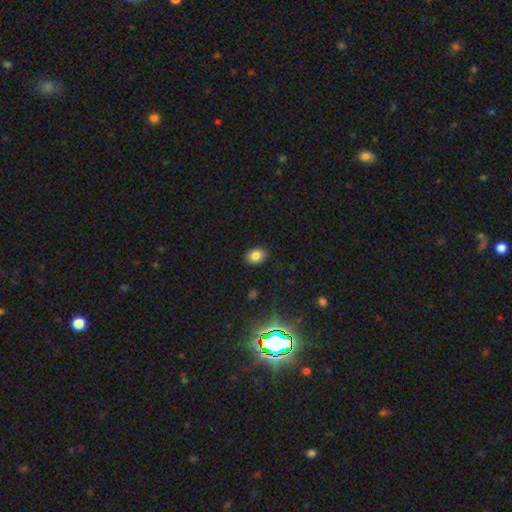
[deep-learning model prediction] smooth_or_featured: smooth (p=0.81) [alt: star or artifact p=0.12]
how_rounded: in between (p=0.67) [alt: round p=0.32]
merging: none (p=0.88) [alt: minor disturbance p=0.08]